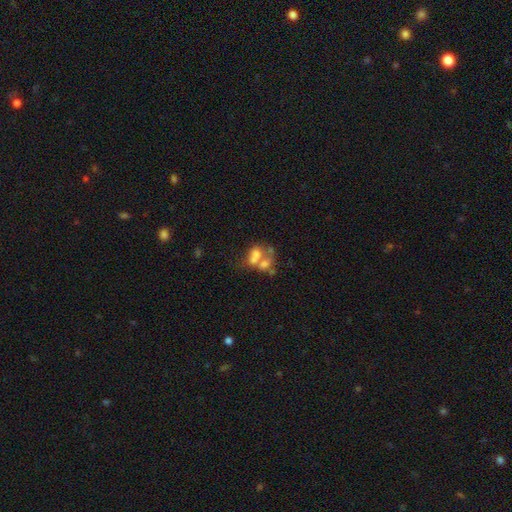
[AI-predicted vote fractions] The model was most divided on "smooth or featured": smooth: 50%, featured or disk: 37%, star or artifact: 13%. More confident: merging — merger (62%).